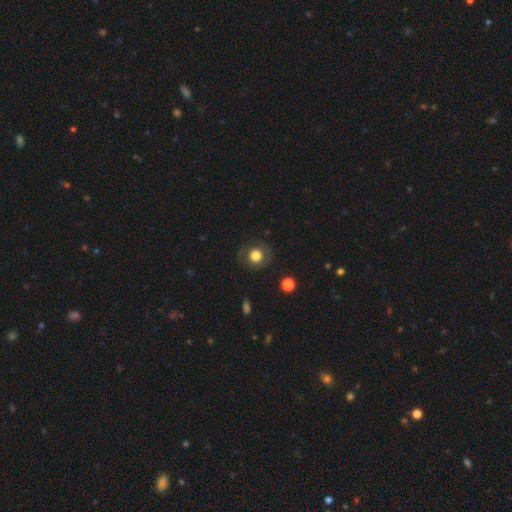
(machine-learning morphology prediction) The model was most divided on "smooth or featured": smooth: 72%, featured or disk: 18%, star or artifact: 10%. More confident: how rounded — round (87%); merging — none (80%).